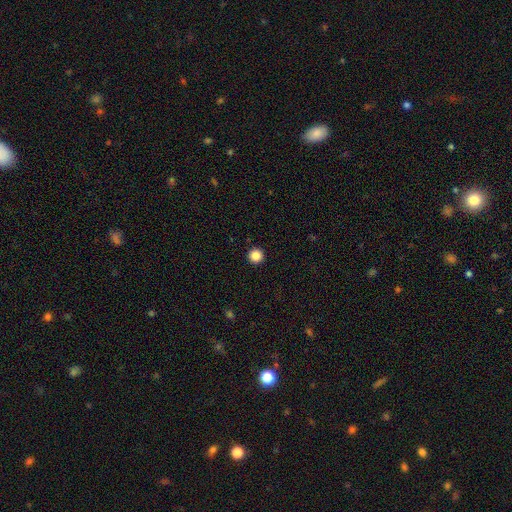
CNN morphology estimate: Smooth or featured: smooth — 87% (star or artifact — 10%)
How rounded: round — 97% (in between — 2%)
Merging: none — 94% (minor disturbance — 4%)